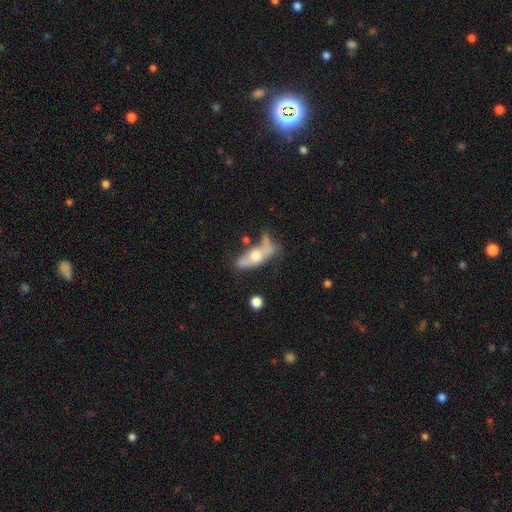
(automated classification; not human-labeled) Overall: featured or disk (52%; smooth 41%). Edge-on disk: yes (57%; no 43%). Merging: none (41%; minor disturbance 25%).